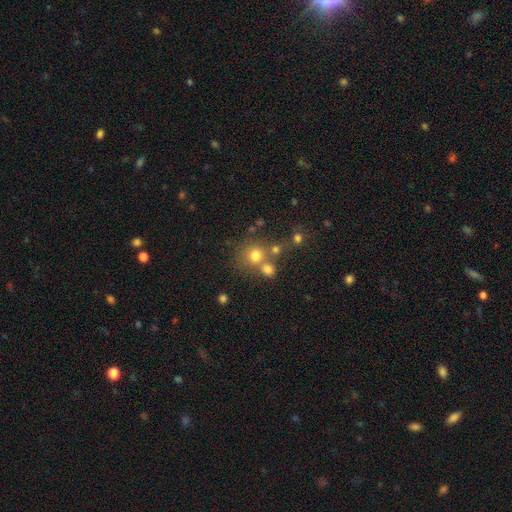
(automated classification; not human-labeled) Smooth or featured: smooth — 71% (star or artifact — 17%)
How rounded: round — 85% (in between — 14%)
Merging: none — 55% (merger — 30%)